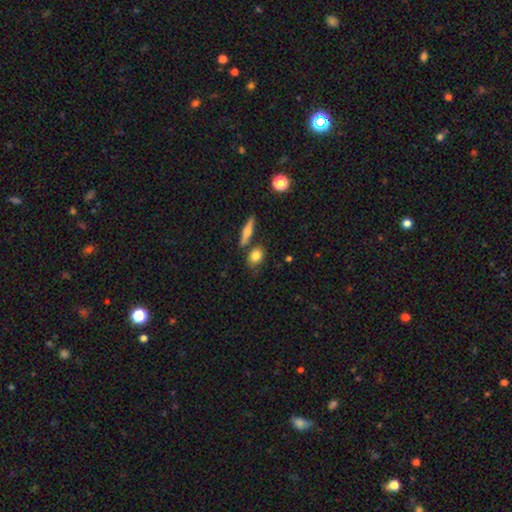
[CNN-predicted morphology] A smooth galaxy with no disk features (80%) that is in between round and cigar-shaped (53%).

Vote fractions:
- Smooth or featured? smooth: 80% / featured or disk: 13% / star or artifact: 8%
- How rounded? in between: 53% / round: 41% / cigar-shaped: 6%
- Merging? none: 67% / minor disturbance: 15% / merger: 14% / major disturbance: 4%